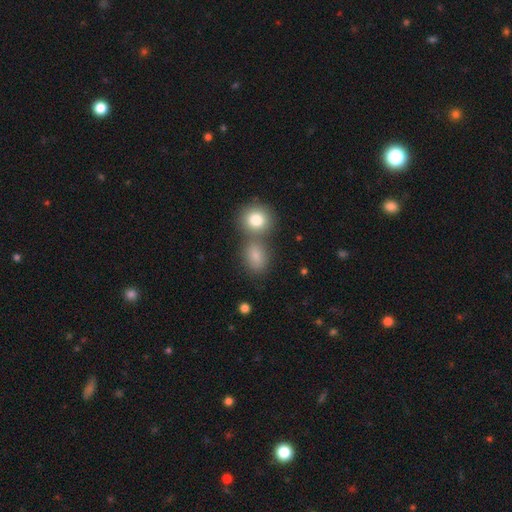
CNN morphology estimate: This is clearly a smooth galaxy (81%). How rounded: likely in between (62%). Merging: possibly none (48%).